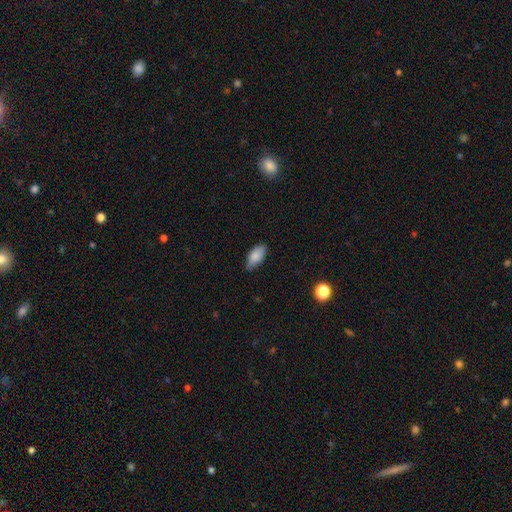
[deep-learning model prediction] Morphology: type=smooth (86%); roundness=in between (91%); merging=none (75%).